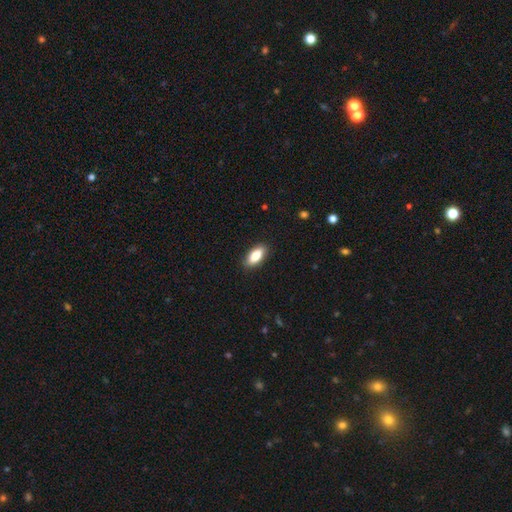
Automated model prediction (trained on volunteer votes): Morphology: type=smooth (85%); roundness=in between (86%); merging=none (88%).